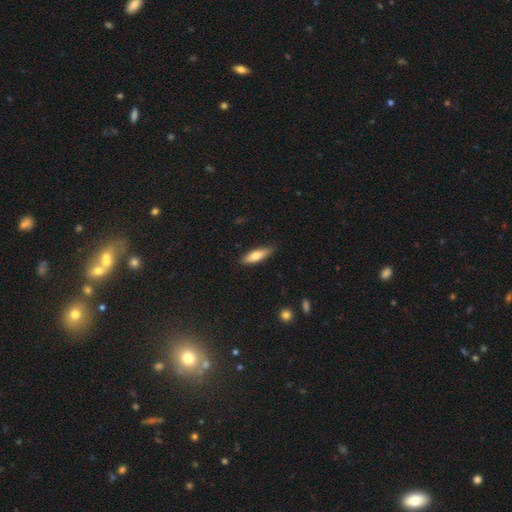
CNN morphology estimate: This appears to be a smooth galaxy with no disk features (67%) that is cigar-shaped (55%). Merging: none (86%).